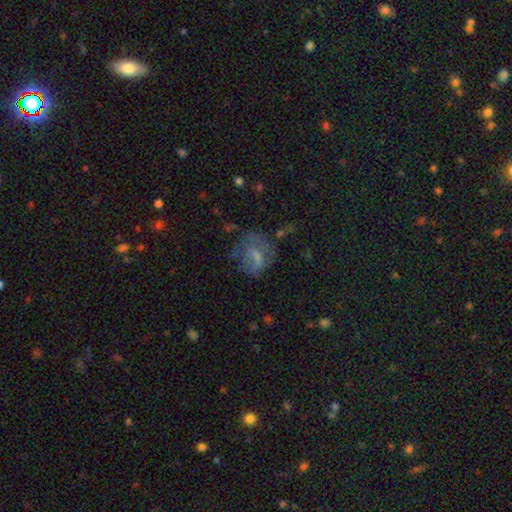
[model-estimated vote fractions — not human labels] This is possibly a smooth galaxy (48%). Merging: marginally none (42%).